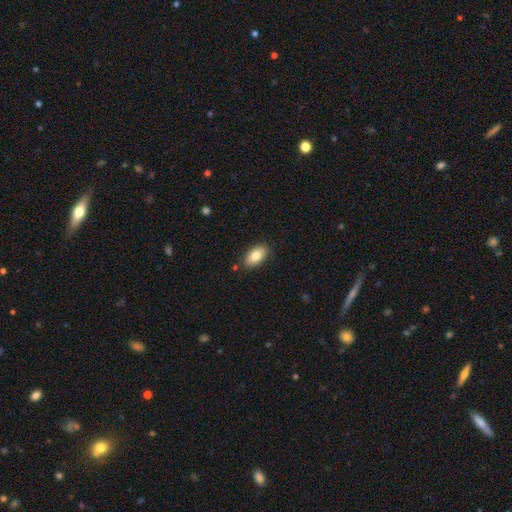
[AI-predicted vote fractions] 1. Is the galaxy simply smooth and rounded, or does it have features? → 82% smooth, 12% featured or disk, 7% star or artifact.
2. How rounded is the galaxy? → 93% in between, 4% round, 3% cigar-shaped.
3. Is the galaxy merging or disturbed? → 85% none, 11% minor disturbance, 2% major disturbance, 2% merger.